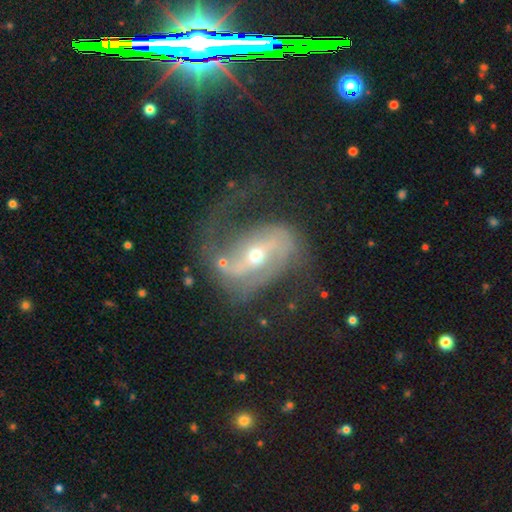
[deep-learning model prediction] Overall: featured or disk (85%). Edge-on disk: no (96%). Bar: strong (46%; weak 31%). Spiral arms: yes (89%). Spiral arm count: 2 (74%). Spiral winding: loose (45%; medium 41%). Bulge size: small (53%; moderate 43%). Merging: none (40%; major disturbance 37%).